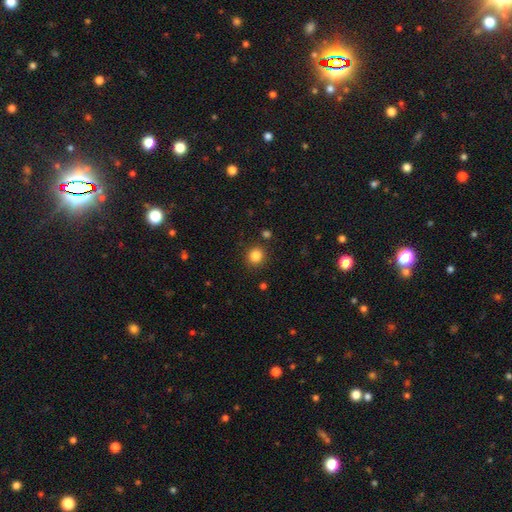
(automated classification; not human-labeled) Overall: smooth (84%). How rounded: round (91%). Merging: none (88%).